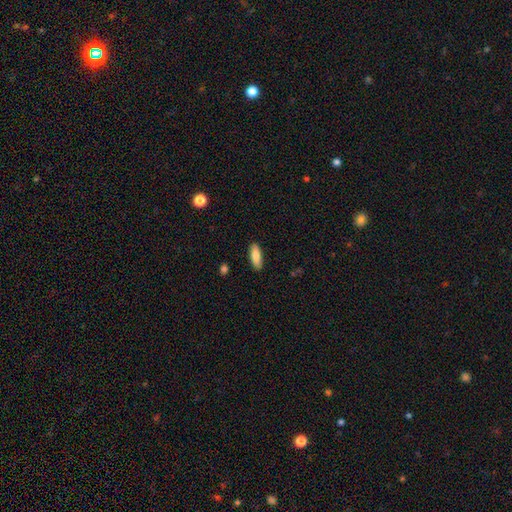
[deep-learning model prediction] A smooth galaxy with no disk features (86%) that is in between round and cigar-shaped (65%).

Vote fractions:
- Smooth or featured? smooth: 86% / featured or disk: 8% / star or artifact: 6%
- How rounded? in between: 65% / cigar-shaped: 33% / round: 2%
- Merging? none: 88% / minor disturbance: 9% / major disturbance: 2% / merger: 1%